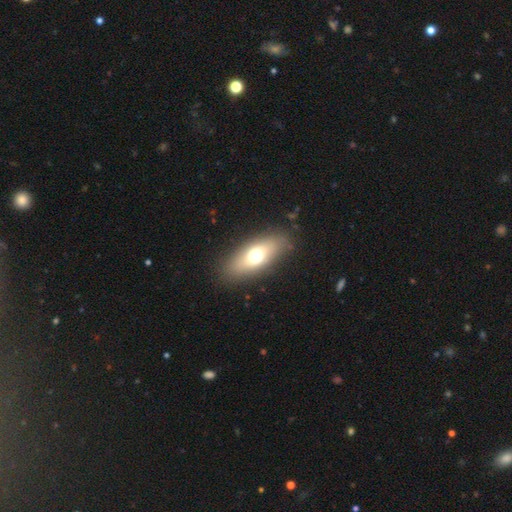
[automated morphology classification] Smooth or featured? smooth (62%)
How rounded? in between (75%)
Merging? none (86%)